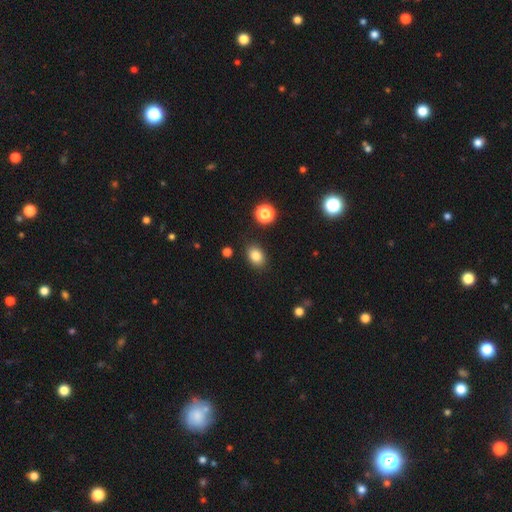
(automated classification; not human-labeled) smooth_or_featured: smooth (p=0.83) [alt: star or artifact p=0.11]
how_rounded: in between (p=0.66) [alt: round p=0.33]
merging: none (p=0.87) [alt: minor disturbance p=0.09]